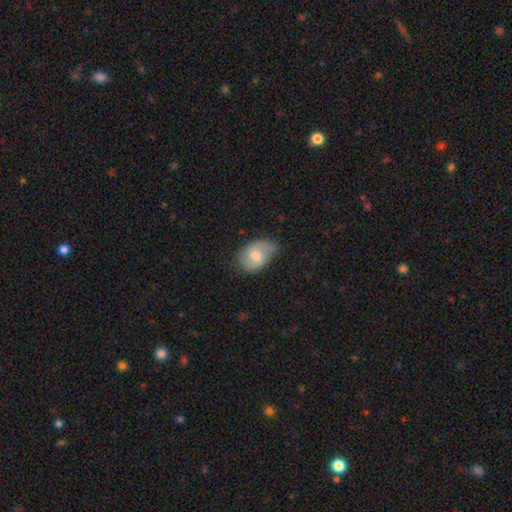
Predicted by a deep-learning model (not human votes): smooth_or_featured: smooth (p=0.51) [alt: featured or disk p=0.42]
how_rounded: in between (p=0.79) [alt: round p=0.20]
merging: none (p=0.59) [alt: minor disturbance p=0.31]